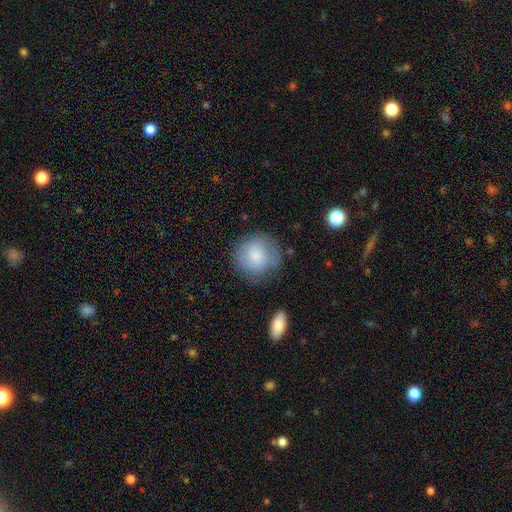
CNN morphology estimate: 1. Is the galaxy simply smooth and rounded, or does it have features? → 60% smooth, 33% featured or disk, 7% star or artifact.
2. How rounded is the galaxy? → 89% round, 10% in between, 1% cigar-shaped.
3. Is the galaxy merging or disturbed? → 74% none, 17% minor disturbance, 7% major disturbance, 2% merger.